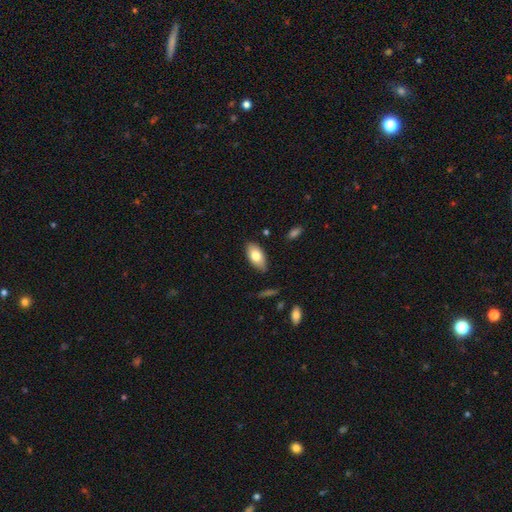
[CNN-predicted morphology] smooth-or-featured: smooth: 78% | featured or disk: 16% | star or artifact: 7%
  how-rounded: in between: 93% | cigar-shaped: 4% | round: 3%
  merging: none: 83% | minor disturbance: 13% | major disturbance: 2% | merger: 2%